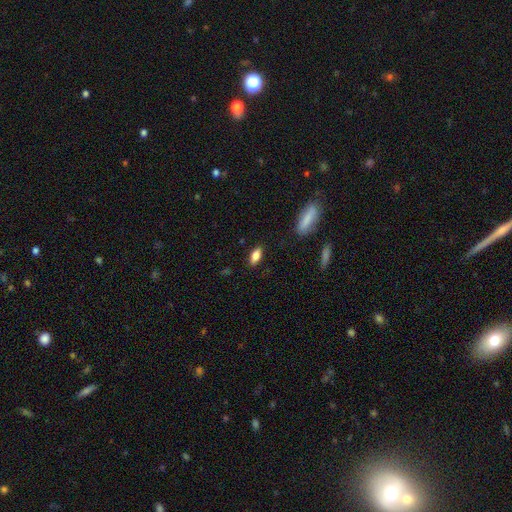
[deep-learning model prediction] smooth 80%, featured or disk 12%, star or artifact 8%. Down the decision tree: how rounded — in between (80%); merging — none (86%).